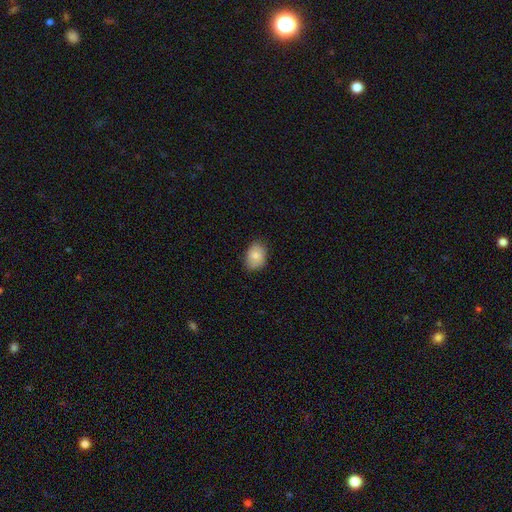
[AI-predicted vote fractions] The model was most divided on "how rounded": in between: 70%, round: 29%, cigar-shaped: 1%. More confident: smooth or featured — smooth (82%); merging — none (75%).